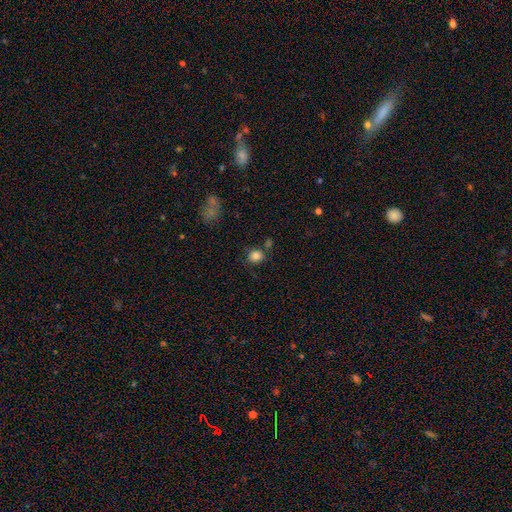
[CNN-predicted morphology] This appears to be a smooth galaxy with no disk features (84%) that is round (73%). Merging: none (73%).